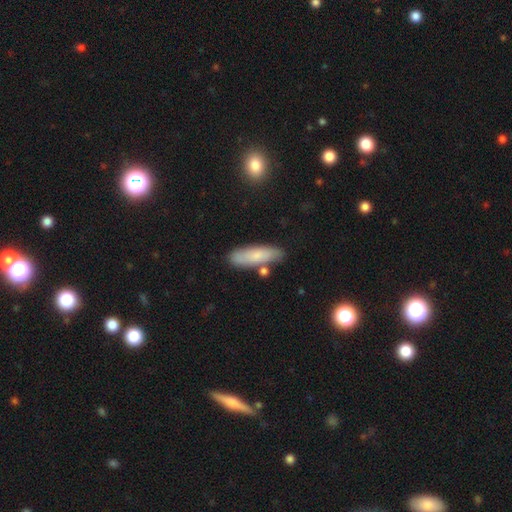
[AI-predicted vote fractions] A smooth galaxy with no disk features (75%) that is cigar-shaped (53%).

Vote fractions:
- Smooth or featured? smooth: 75% / featured or disk: 19% / star or artifact: 7%
- How rounded? cigar-shaped: 53% / in between: 45% / round: 2%
- Merging? none: 76% / minor disturbance: 14% / merger: 7% / major disturbance: 3%